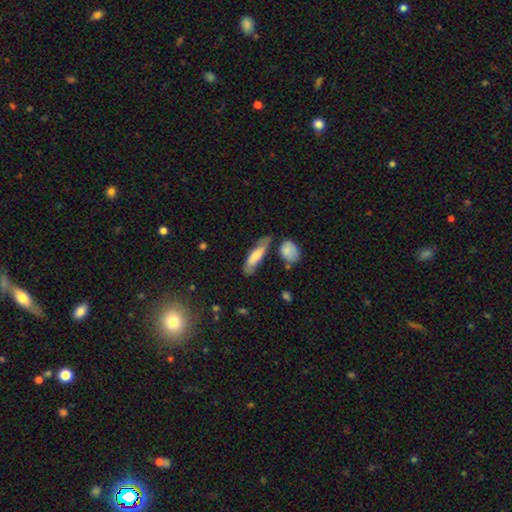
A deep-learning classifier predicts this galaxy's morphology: smooth-or-featured: smooth: 67% | featured or disk: 27% | star or artifact: 6%
  how-rounded: cigar-shaped: 61% | in between: 37% | round: 2%
  merging: none: 61% | minor disturbance: 23% | merger: 9% | major disturbance: 8%